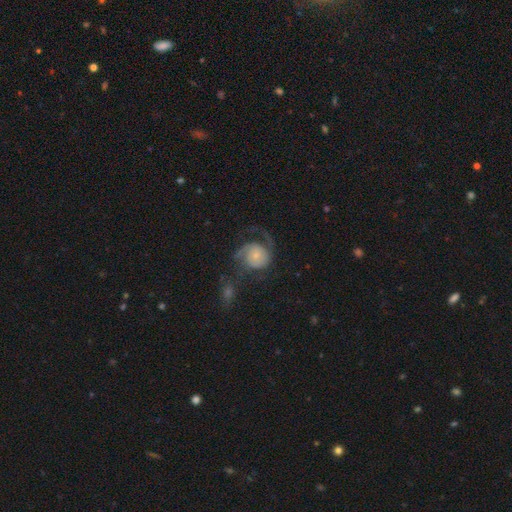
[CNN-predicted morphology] type=featured or disk (74%); edge-on=no (98%); bar=no (74%); spiral arms=yes (93%); winding=medium (42%); arm count=2 (72%); bulge=small (63%); merging=none (46%).